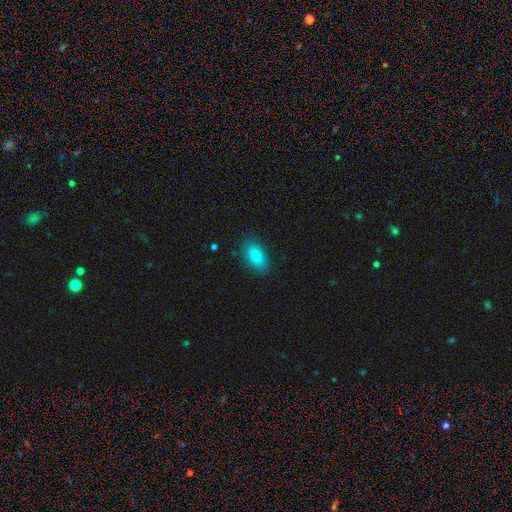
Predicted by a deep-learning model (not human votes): This appears to be a smooth galaxy with no disk features (87%) that is in between round and cigar-shaped (92%). Merging: none (83%).